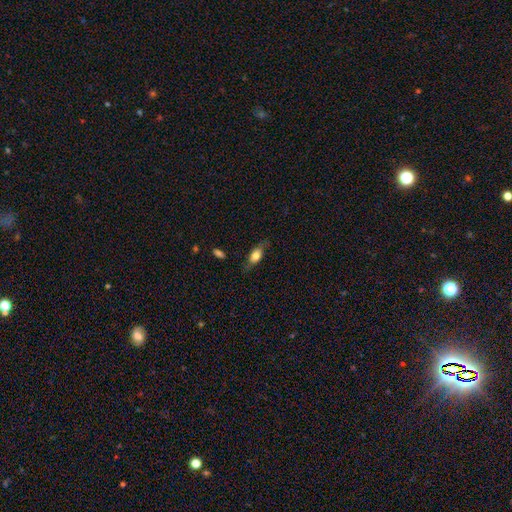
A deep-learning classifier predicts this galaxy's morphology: This is likely a smooth galaxy (67%). How rounded: likely in between (79%). Merging: likely none (69%).